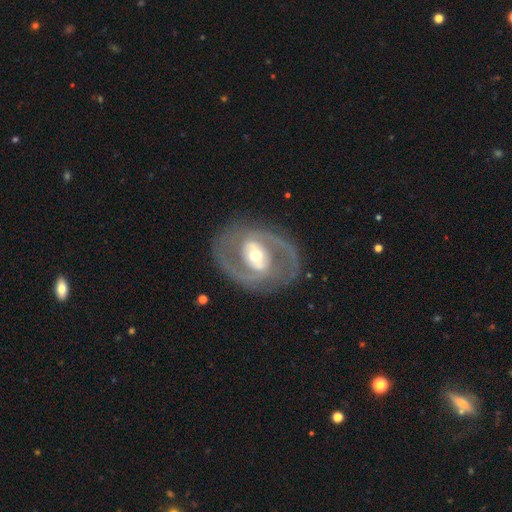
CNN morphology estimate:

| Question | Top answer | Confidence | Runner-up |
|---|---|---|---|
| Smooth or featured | featured or disk | 83% | smooth (12%) |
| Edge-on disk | no | 96% | yes (4%) |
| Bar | weak | 38% | strong (32%) |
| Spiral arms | yes | 80% | no (20%) |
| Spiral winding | medium | 49% | tight (32%) |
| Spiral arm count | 2 | 85% | can't tell (7%) |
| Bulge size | moderate | 65% | small (20%) |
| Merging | none | 79% | minor disturbance (12%) |